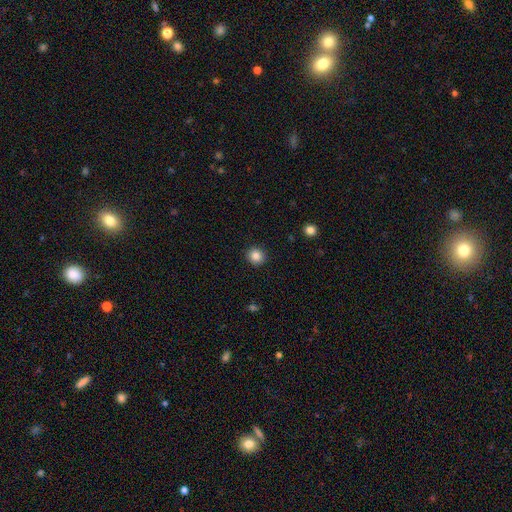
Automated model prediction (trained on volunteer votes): smooth_or_featured: smooth (p=0.86) [alt: star or artifact p=0.10]
how_rounded: round (p=0.89) [alt: in between p=0.10]
merging: none (p=0.91) [alt: minor disturbance p=0.06]